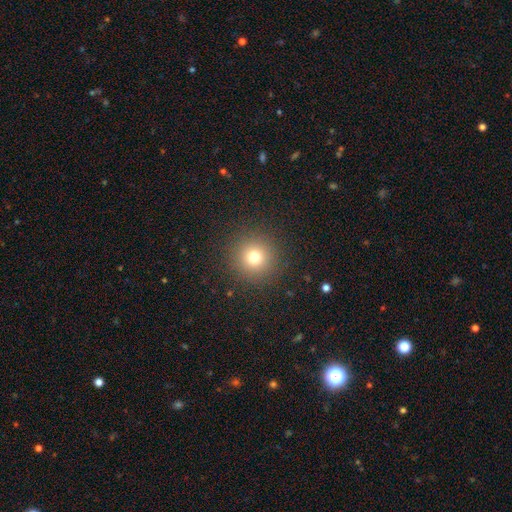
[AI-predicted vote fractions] This appears to be a smooth galaxy with no disk features (71%) that is round (96%). Merging: none (93%).